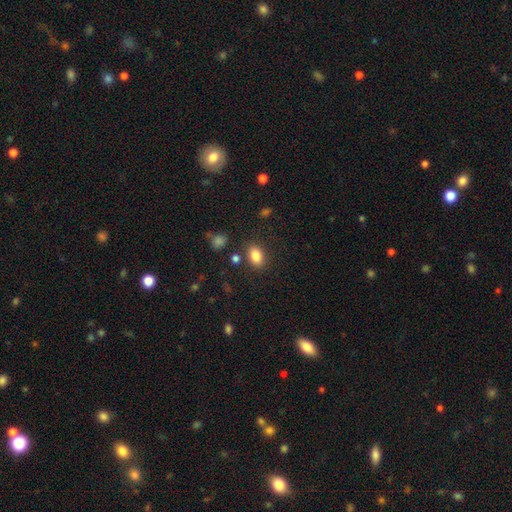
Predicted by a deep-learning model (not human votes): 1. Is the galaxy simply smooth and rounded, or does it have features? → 84% smooth, 9% star or artifact, 7% featured or disk.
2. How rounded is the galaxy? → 83% in between, 16% round, 1% cigar-shaped.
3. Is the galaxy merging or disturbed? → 82% none, 11% minor disturbance, 4% merger, 3% major disturbance.